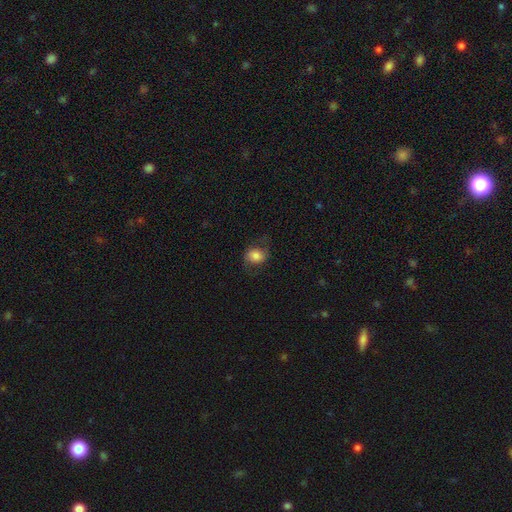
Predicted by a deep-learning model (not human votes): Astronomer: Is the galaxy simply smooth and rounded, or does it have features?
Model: smooth — 67%.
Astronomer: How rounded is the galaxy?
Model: round — 52% (runner-up: in between, 46%).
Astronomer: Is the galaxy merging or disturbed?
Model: none — 66%.